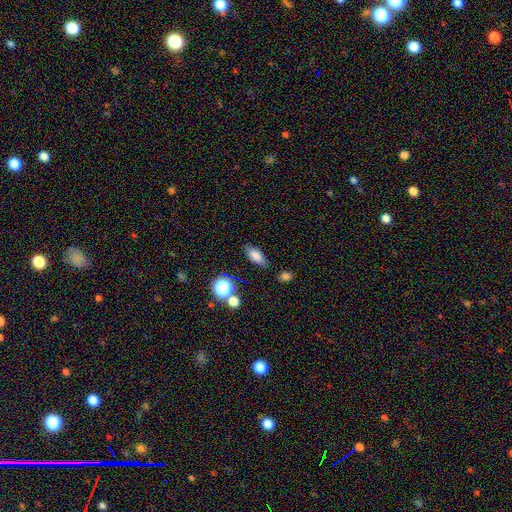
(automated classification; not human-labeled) This appears to be a smooth galaxy with no disk features (77%) that is in between round and cigar-shaped (77%). Merging: none (82%).